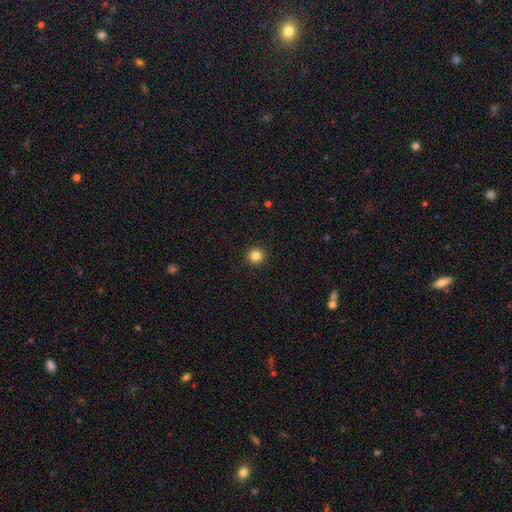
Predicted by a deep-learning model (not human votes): The model was most divided on "smooth or featured": smooth: 83%, star or artifact: 12%, featured or disk: 5%. More confident: how rounded — round (96%); merging — none (94%).